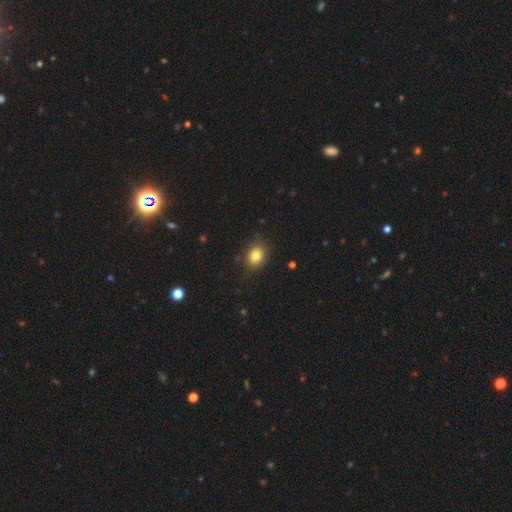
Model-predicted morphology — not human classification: A smooth galaxy with no disk features (82%) that is in between round and cigar-shaped (59%).

Vote fractions:
- Smooth or featured? smooth: 82% / star or artifact: 10% / featured or disk: 8%
- How rounded? in between: 59% / round: 40% / cigar-shaped: 1%
- Merging? none: 80% / minor disturbance: 15% / major disturbance: 3% / merger: 1%